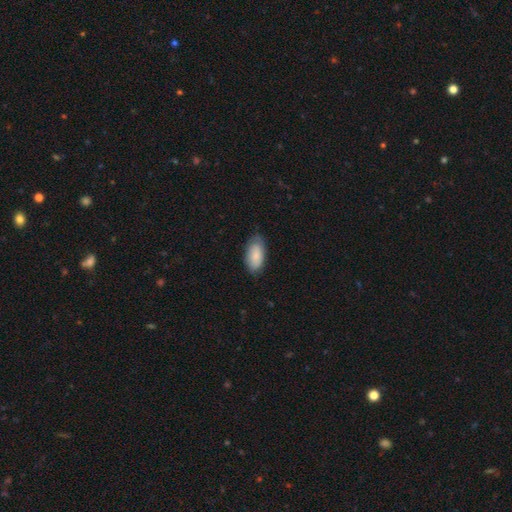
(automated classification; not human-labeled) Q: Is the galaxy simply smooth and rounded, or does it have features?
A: smooth — 84%.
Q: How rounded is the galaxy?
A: in between — 93%.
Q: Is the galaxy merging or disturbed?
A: none — 74%.